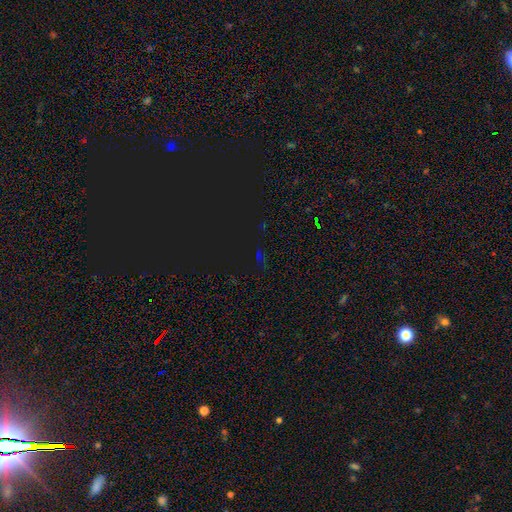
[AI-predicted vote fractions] This is likely a star or artifact rather than a galaxy (73%).